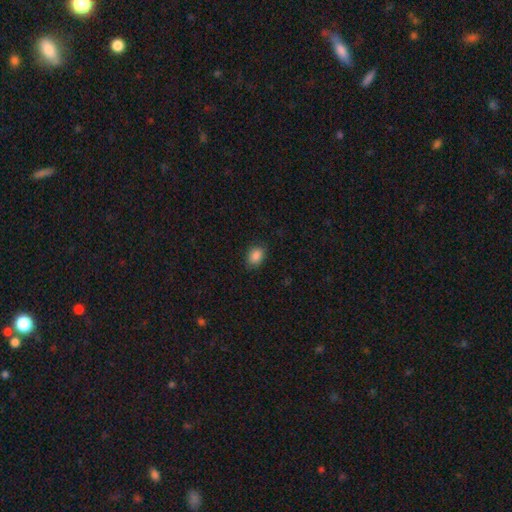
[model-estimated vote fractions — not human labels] Smooth or featured: smooth — 87% (star or artifact — 9%)
How rounded: in between — 71% (round — 28%)
Merging: none — 84% (minor disturbance — 12%)